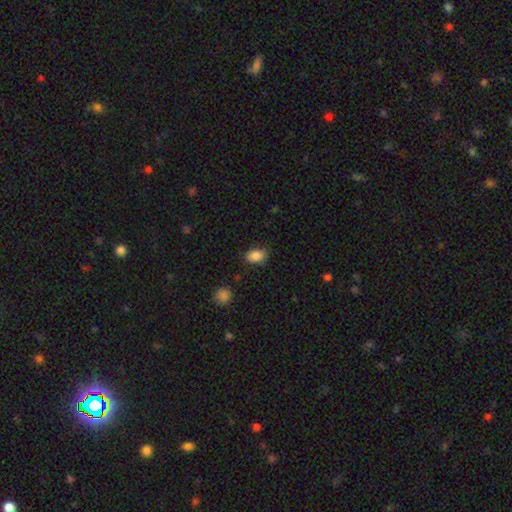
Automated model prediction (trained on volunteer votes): The model was most divided on "how rounded": in between: 81%, round: 18%, cigar-shaped: 1%. More confident: smooth or featured — smooth (86%); merging — none (81%).